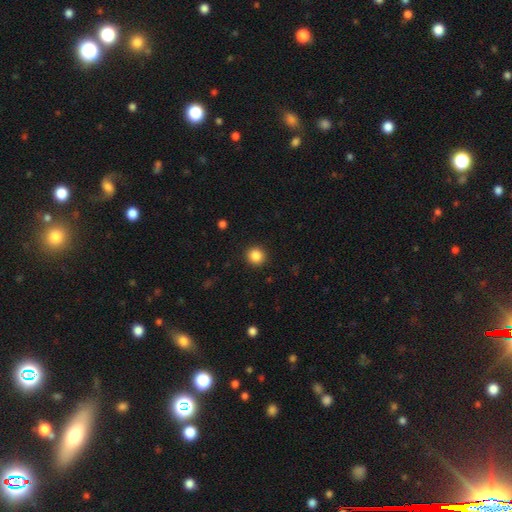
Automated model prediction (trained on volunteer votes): smooth_or_featured: smooth (p=0.86) [alt: star or artifact p=0.10]
how_rounded: round (p=0.91) [alt: in between p=0.08]
merging: none (p=0.92) [alt: minor disturbance p=0.05]